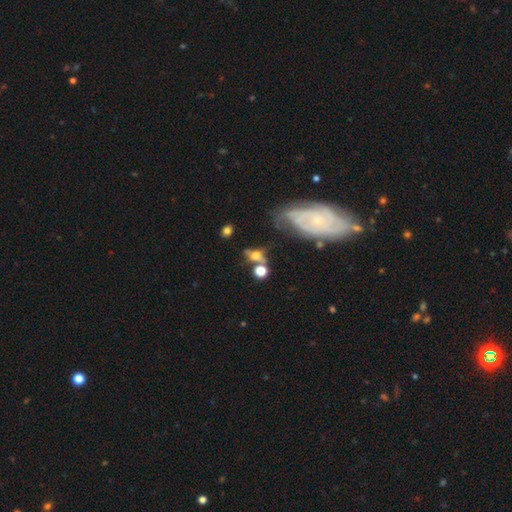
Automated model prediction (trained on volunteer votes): Q: Smooth or featured?
A: smooth (45%); runner-up: featured or disk (38%)
Q: Merging?
A: none (43%); runner-up: merger (23%)